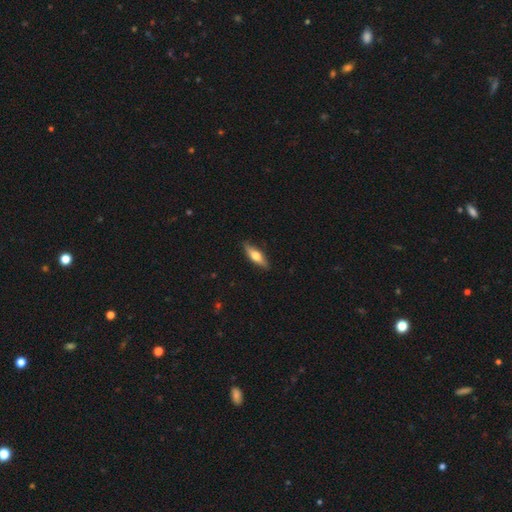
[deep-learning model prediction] Smooth or featured? Predicted: smooth (p=0.49). Merging? Predicted: none (p=0.87).